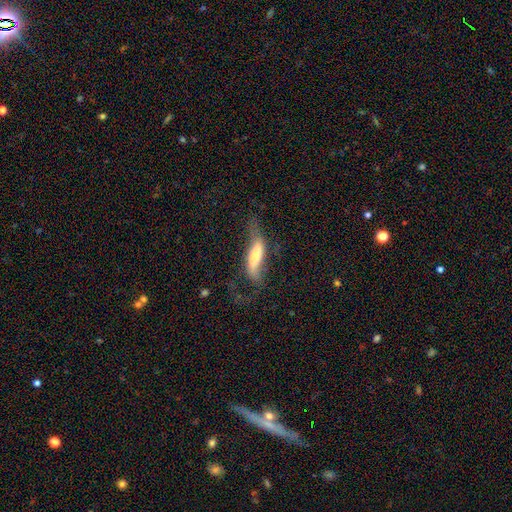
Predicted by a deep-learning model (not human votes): This appears to be a featured or disk galaxy (47%). Merging: none (41%).